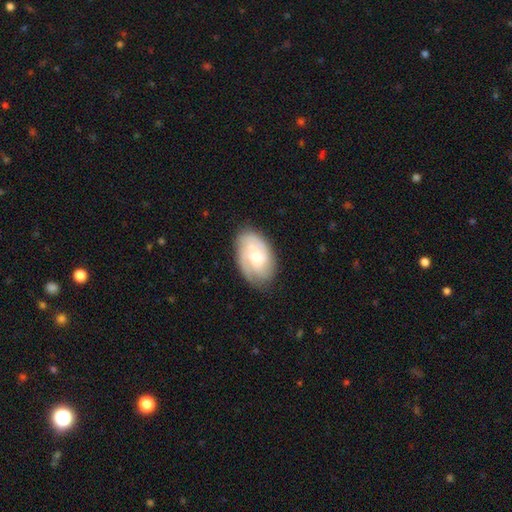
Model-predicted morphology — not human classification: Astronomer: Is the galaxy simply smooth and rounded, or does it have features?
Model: featured or disk — 63%.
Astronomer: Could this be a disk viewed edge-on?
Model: no — 96%.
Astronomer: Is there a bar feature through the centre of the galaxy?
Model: no — 69%.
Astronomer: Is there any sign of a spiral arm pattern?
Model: yes — 89%.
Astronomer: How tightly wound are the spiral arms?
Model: tight — 54% (runner-up: medium, 35%).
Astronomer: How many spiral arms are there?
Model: can't tell — 36% (runner-up: 2, 24%).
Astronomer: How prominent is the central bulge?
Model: moderate — 48% (runner-up: small, 27%).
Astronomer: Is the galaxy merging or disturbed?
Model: none — 72%.